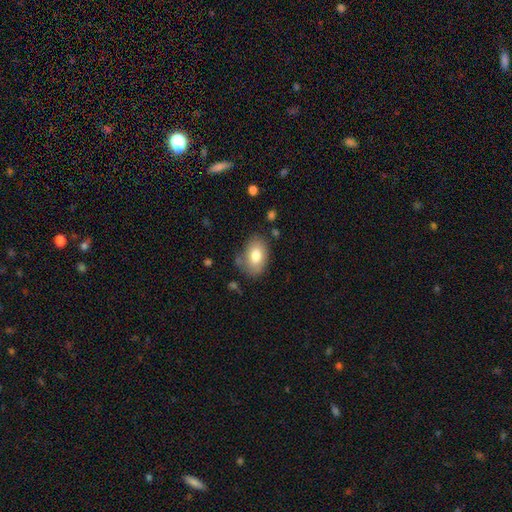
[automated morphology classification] The model was most divided on "merging": none: 72%, minor disturbance: 19%, major disturbance: 5%, merger: 3%. More confident: how rounded — in between (85%); smooth or featured — smooth (78%).